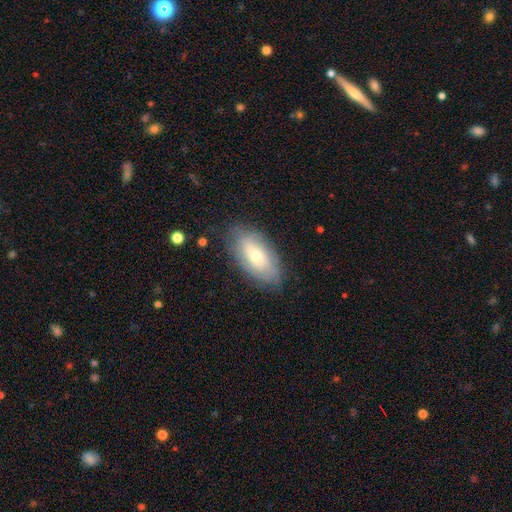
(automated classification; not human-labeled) smooth 58%, featured or disk 35%, star or artifact 7%. Down the decision tree: how rounded — in between (89%); merging — none (78%).